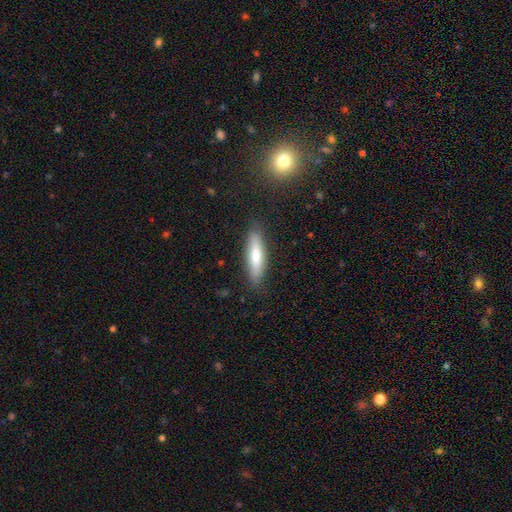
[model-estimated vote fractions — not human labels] Smooth or featured?
  - smooth: 68% *
  - featured or disk: 26%
  - star or artifact: 7%
How rounded?
  - cigar-shaped: 73% *
  - in between: 26%
  - round: 2%
Merging?
  - none: 85% *
  - minor disturbance: 11%
  - major disturbance: 2%
  - merger: 1%